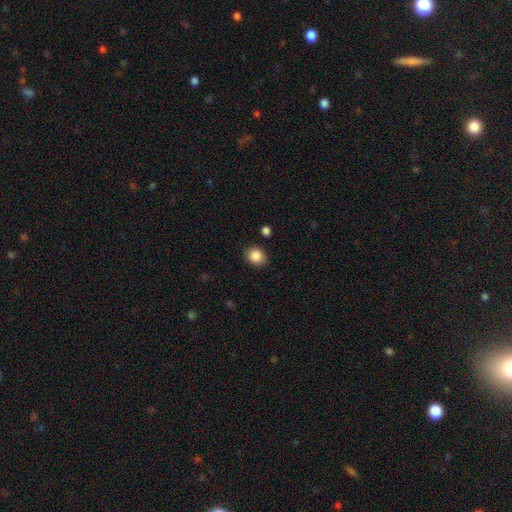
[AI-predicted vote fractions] Smooth or featured? smooth (87%)
How rounded? round (65%)
Merging? none (86%)